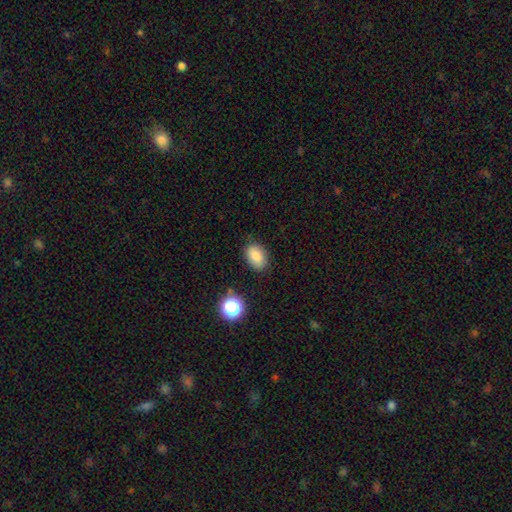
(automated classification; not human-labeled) A smooth galaxy with no disk features (83%) that is in between round and cigar-shaped (83%). Merging: none (83%).